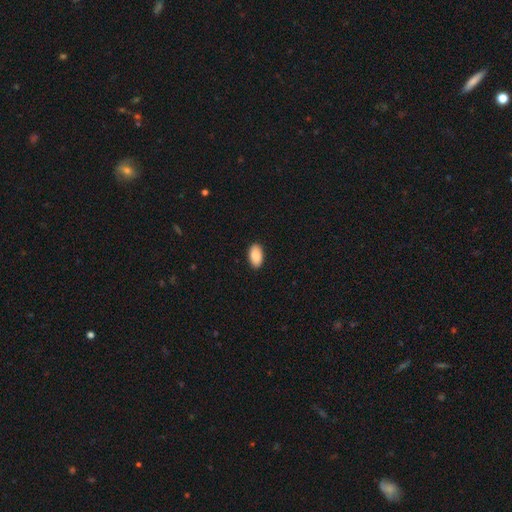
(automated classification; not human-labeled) This appears to be a smooth galaxy with no disk features (90%) that is in between round and cigar-shaped (95%). Merging: none (90%).